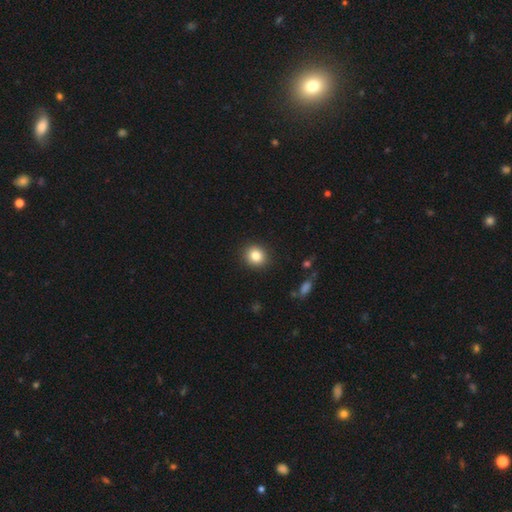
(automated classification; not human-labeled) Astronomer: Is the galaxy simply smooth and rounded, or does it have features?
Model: smooth — 83%.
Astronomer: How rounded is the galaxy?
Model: round — 86%.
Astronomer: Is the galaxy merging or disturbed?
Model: none — 91%.